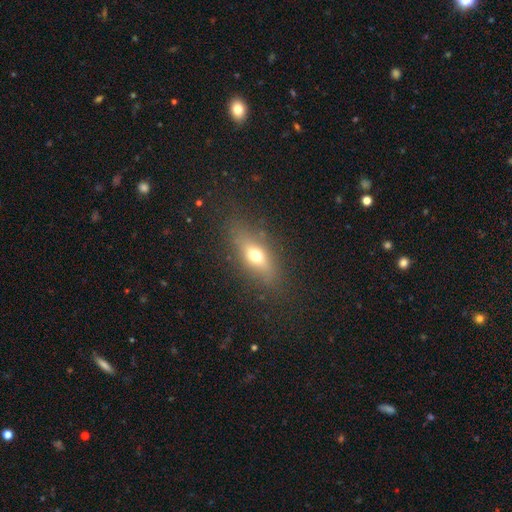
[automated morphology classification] Q: Smooth or featured?
A: smooth (58%); runner-up: featured or disk (30%)
Q: How rounded?
A: in between (65%); runner-up: cigar-shaped (24%)
Q: Merging?
A: none (79%); runner-up: minor disturbance (13%)